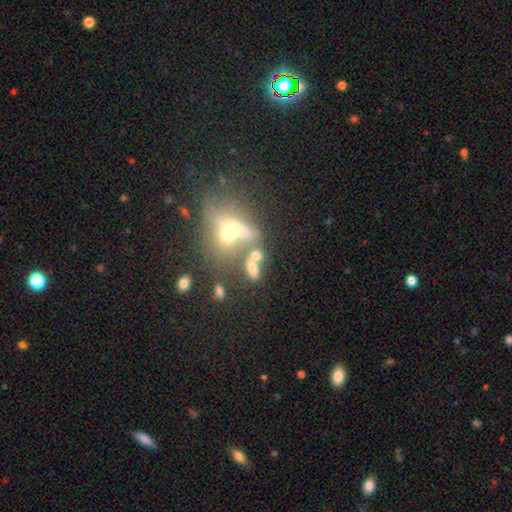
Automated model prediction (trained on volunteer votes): Smooth or featured? Predicted: smooth (p=0.59). How rounded? Predicted: in between (p=0.69). Merging? Predicted: merger (p=0.53).